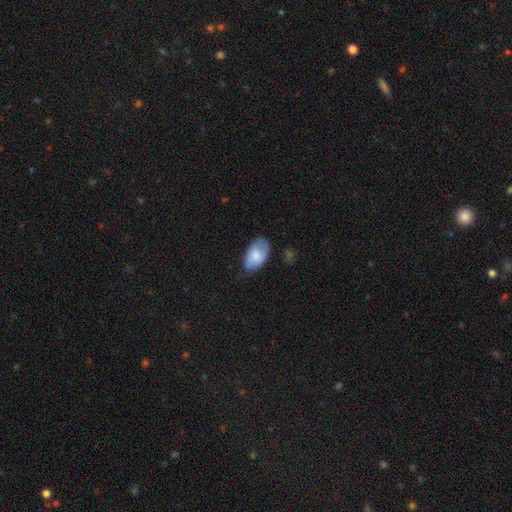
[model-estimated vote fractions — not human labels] smooth 72%, featured or disk 22%, star or artifact 6%. Down the decision tree: how rounded — in between (94%); merging — none (66%).